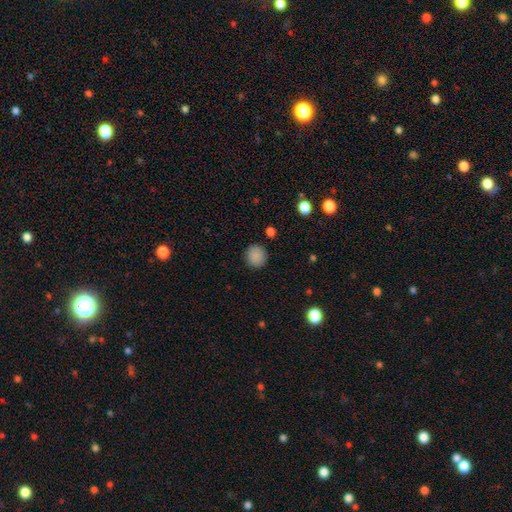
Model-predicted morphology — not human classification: The model was most divided on "smooth or featured": smooth: 87%, star or artifact: 10%, featured or disk: 3%. More confident: how rounded — round (89%); merging — none (89%).